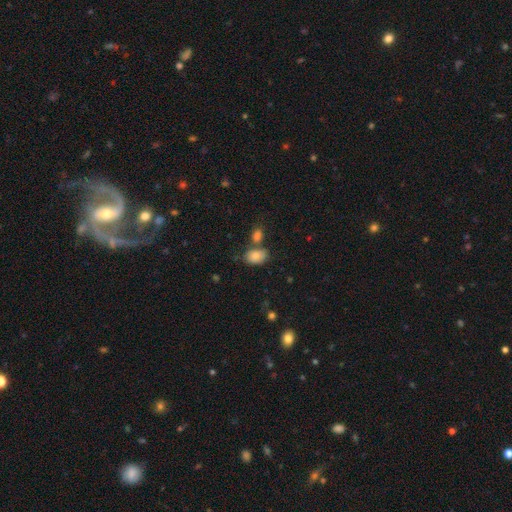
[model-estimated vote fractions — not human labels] smooth 83%, star or artifact 8%, featured or disk 8%. Down the decision tree: how rounded — in between (83%); merging — none (52%).